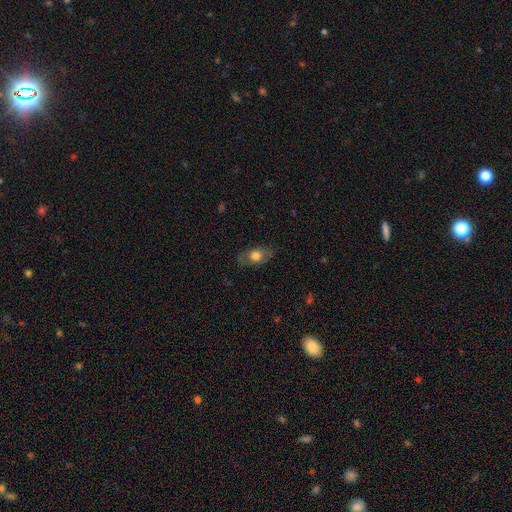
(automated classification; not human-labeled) Smooth or featured? smooth (67%)
How rounded? in between (80%)
Merging? none (77%)